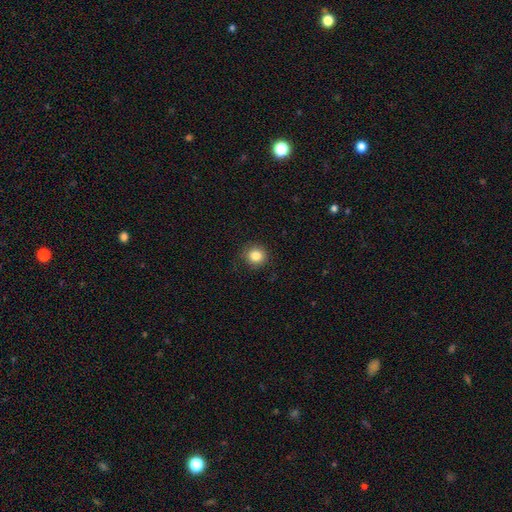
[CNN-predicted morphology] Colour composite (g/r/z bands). It shows a smooth galaxy with no disk features (84%) that is round (92%). Merging: none (88%).